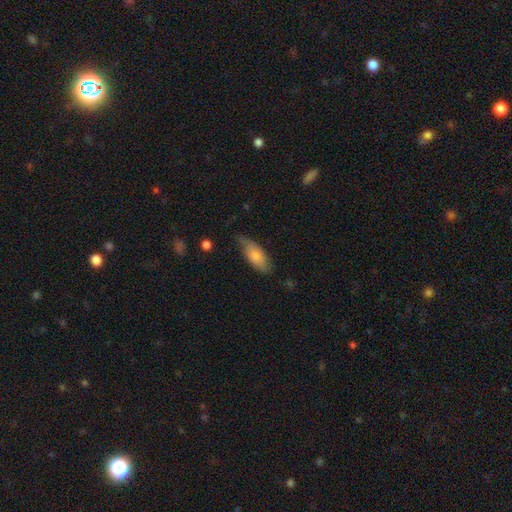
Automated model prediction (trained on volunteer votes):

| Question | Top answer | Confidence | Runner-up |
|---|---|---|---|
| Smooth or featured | smooth | 75% | featured or disk (20%) |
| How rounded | in between | 83% | cigar-shaped (15%) |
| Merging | none | 60% | minor disturbance (32%) |